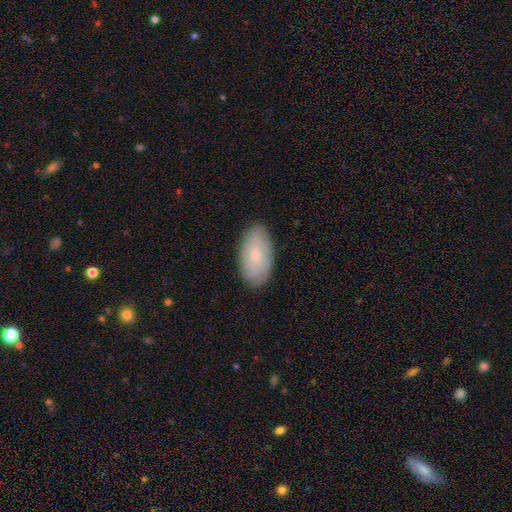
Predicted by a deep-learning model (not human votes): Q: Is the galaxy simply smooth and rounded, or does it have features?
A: smooth — 53%.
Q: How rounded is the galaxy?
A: in between — 94%.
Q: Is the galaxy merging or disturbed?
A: none — 83%.